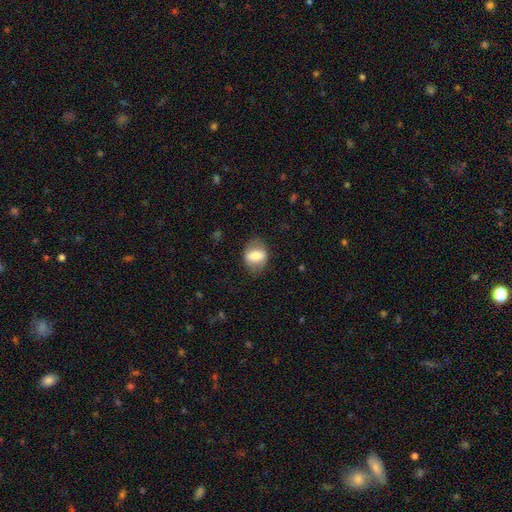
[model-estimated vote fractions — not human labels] The model was most divided on "how rounded": in between: 63%, round: 35%, cigar-shaped: 2%. More confident: merging — none (74%); smooth or featured — smooth (65%).